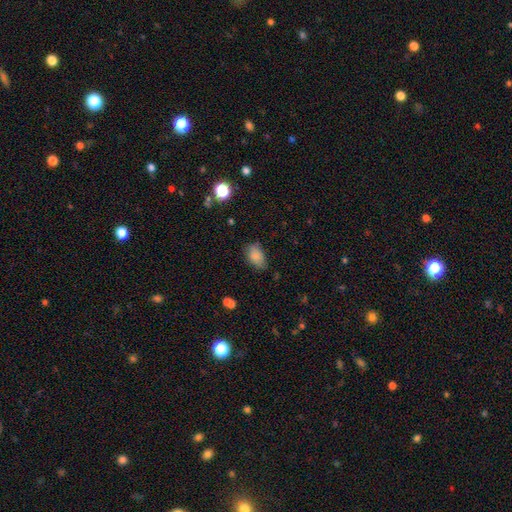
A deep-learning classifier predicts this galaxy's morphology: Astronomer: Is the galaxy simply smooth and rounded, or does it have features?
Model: smooth — 84%.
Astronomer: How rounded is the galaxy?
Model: in between — 88%.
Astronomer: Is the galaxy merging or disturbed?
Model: none — 69%.